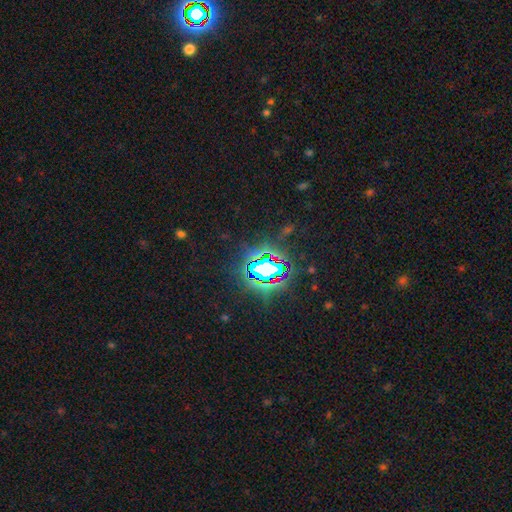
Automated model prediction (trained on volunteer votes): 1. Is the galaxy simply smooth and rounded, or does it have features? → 85% star or artifact, 9% smooth, 6% featured or disk.